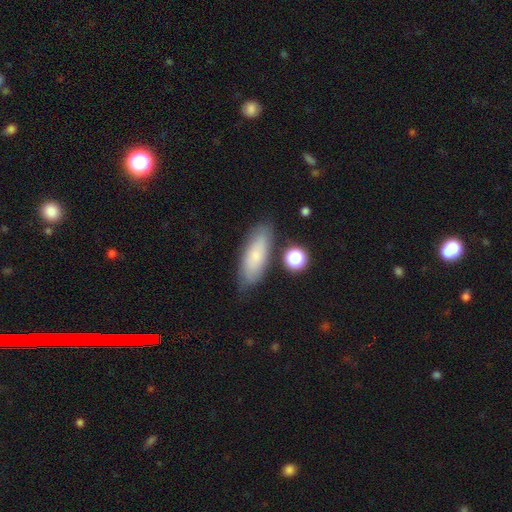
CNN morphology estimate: A smooth galaxy with no disk features (71%) that is in between round and cigar-shaped (66%). Merging: none (76%).